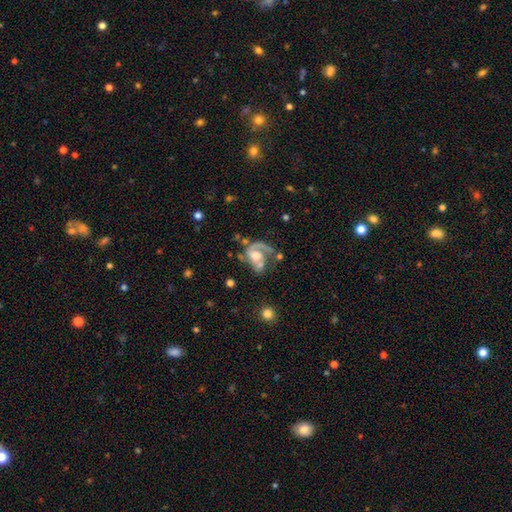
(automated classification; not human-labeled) Smooth or featured? featured or disk (81%)
Edge-on disk? no (98%)
Bar? no (61%)
Spiral arms? yes (92%)
Spiral winding? medium (46%)
Spiral arm count? 1 (54%)
Bulge size? moderate (53%)
Merging? none (33%)